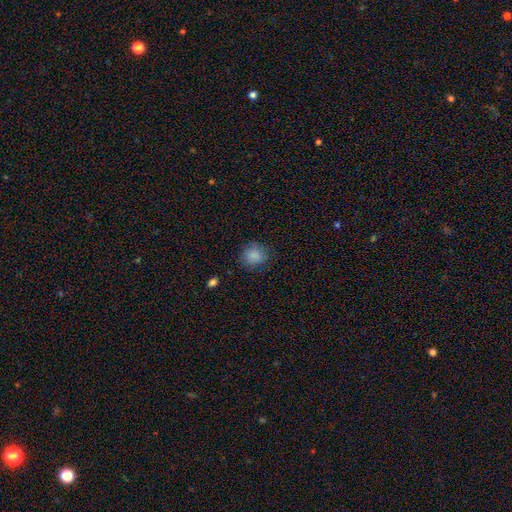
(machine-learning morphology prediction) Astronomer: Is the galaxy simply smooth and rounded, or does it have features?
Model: smooth — 79%.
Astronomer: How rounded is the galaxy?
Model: round — 81%.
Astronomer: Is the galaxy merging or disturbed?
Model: none — 80%.